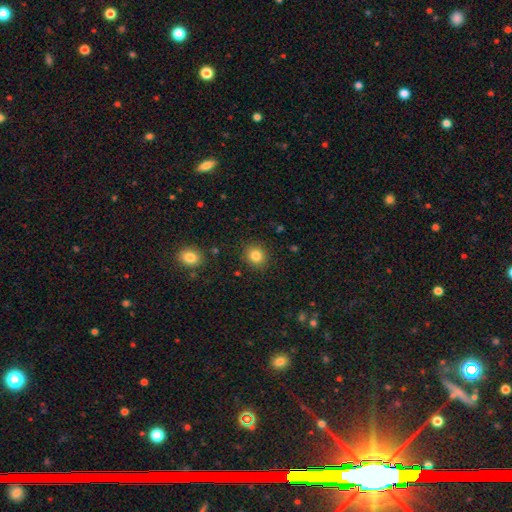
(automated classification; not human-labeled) smooth_or_featured: smooth (p=0.84) [alt: star or artifact p=0.11]
how_rounded: round (p=0.79) [alt: in between p=0.20]
merging: none (p=0.88) [alt: minor disturbance p=0.08]